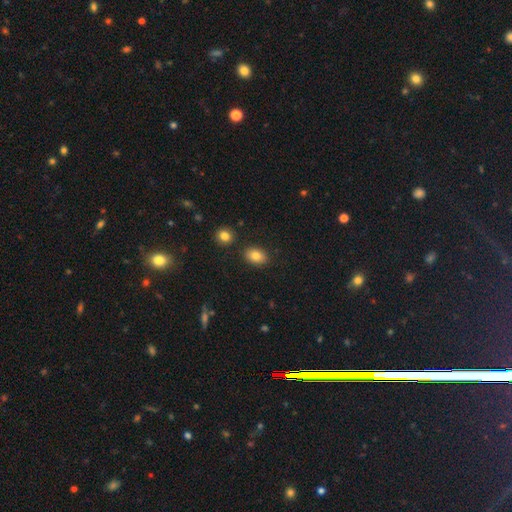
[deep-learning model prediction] Q: Smooth or featured?
A: smooth (82%); runner-up: featured or disk (9%)
Q: How rounded?
A: in between (81%); runner-up: round (17%)
Q: Merging?
A: none (85%); runner-up: minor disturbance (9%)